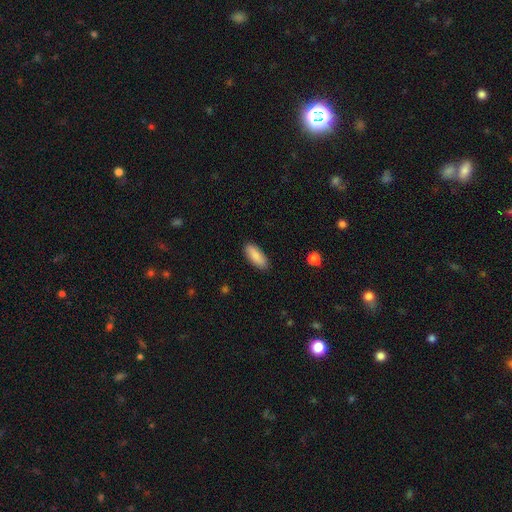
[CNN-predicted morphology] This is clearly a smooth galaxy (88%). How rounded: likely in between (75%). Merging: clearly none (88%).